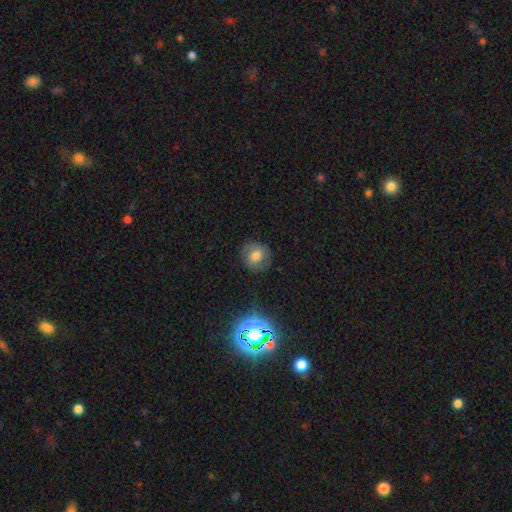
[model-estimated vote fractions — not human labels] Smooth or featured? smooth (56%)
How rounded? round (82%)
Merging? none (81%)